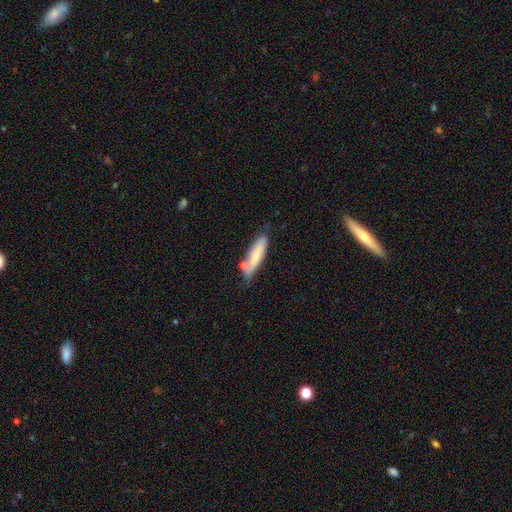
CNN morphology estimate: A smooth galaxy with no disk features (67%) that is cigar-shaped (68%).

Vote fractions:
- Smooth or featured? smooth: 67% / featured or disk: 27% / star or artifact: 6%
- How rounded? cigar-shaped: 68% / in between: 30% / round: 2%
- Merging? none: 64% / minor disturbance: 20% / merger: 12% / major disturbance: 4%